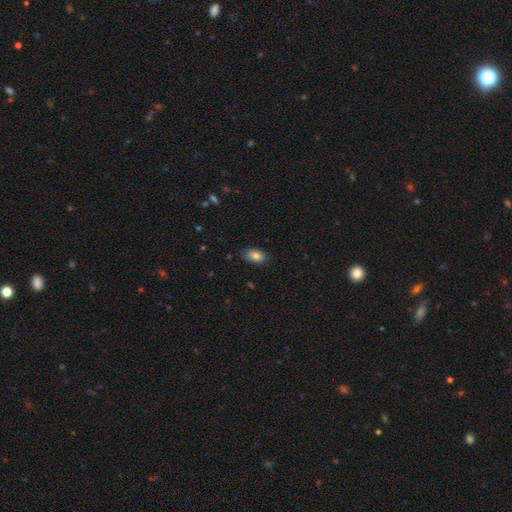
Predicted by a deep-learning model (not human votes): This is clearly a smooth galaxy (82%). How rounded: clearly in between (88%). Merging: clearly none (83%).